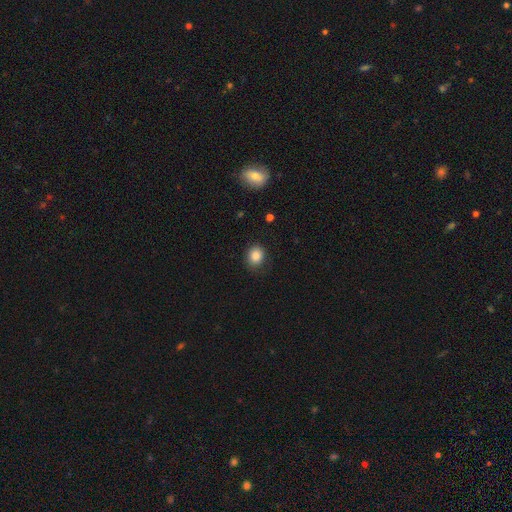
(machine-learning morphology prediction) This appears to be a smooth galaxy with no disk features (85%) that is round (67%). Merging: none (82%).